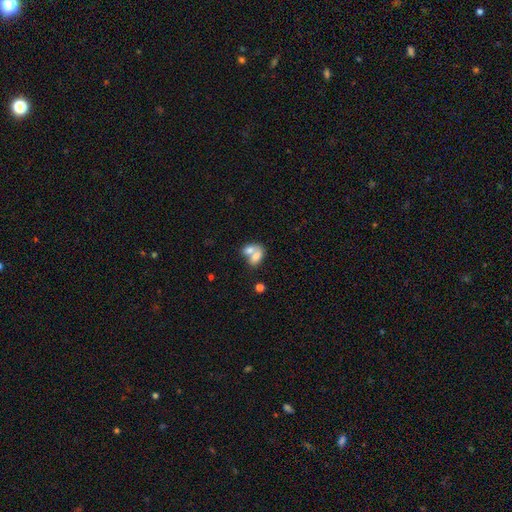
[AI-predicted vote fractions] Smooth or featured? smooth (72%)
How rounded? in between (82%)
Merging? merger (70%)